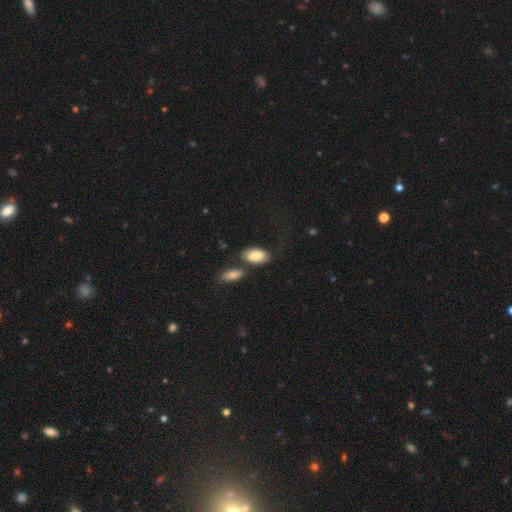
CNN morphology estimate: Smooth or featured? smooth (82%)
How rounded? in between (93%)
Merging? none (57%)